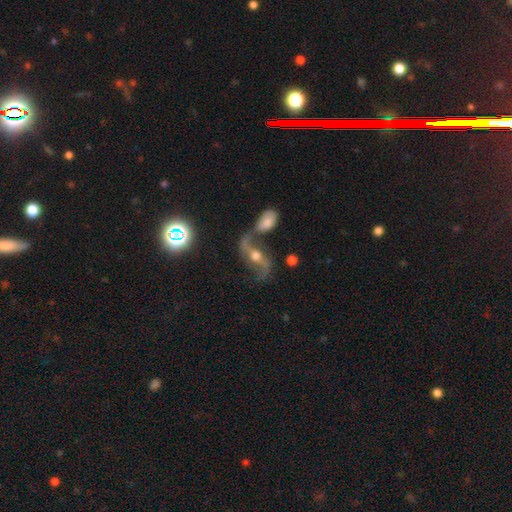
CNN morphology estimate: smooth_or_featured: featured or disk (p=0.82) [alt: star or artifact p=0.10]
disk_edge_on: no (p=0.93) [alt: yes p=0.07]
bar: no (p=0.38) [alt: weak p=0.33]
has_spiral_arms: yes (p=0.94) [alt: no p=0.06]
spiral_winding: loose (p=0.77) [alt: medium p=0.18]
spiral_arm_count: 2 (p=0.93) [alt: 1 p=0.02]
bulge_size: moderate (p=0.68) [alt: small p=0.20]
merging: none (p=0.51) [alt: merger p=0.26]